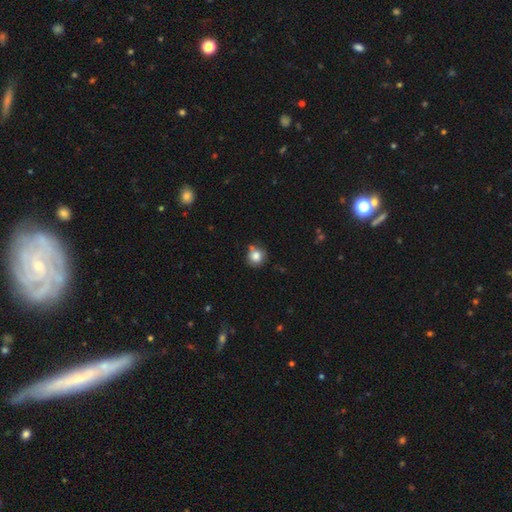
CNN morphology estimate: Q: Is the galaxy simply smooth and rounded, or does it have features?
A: smooth — 81%.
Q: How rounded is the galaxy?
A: round — 87%.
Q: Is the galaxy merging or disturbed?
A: none — 66%.